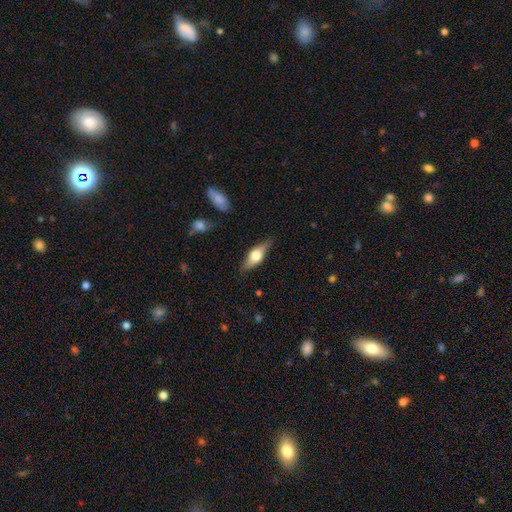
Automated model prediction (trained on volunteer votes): smooth-or-featured: smooth: 47% (tied) | featured or disk: 47% (tied) | star or artifact: 6%
  merging: none: 81% | minor disturbance: 14% | major disturbance: 3% | merger: 1%